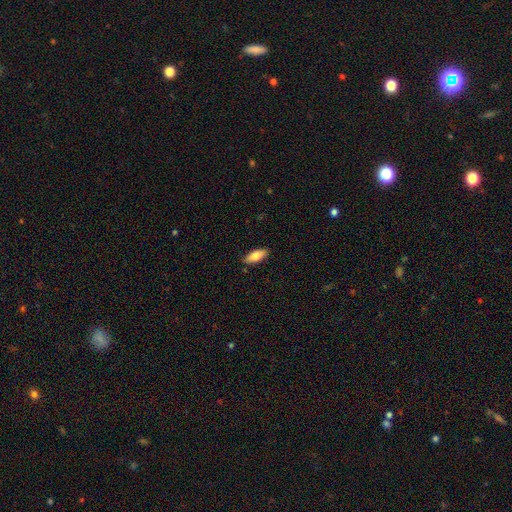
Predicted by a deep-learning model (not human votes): Smooth or featured: smooth — 80% (featured or disk — 14%)
How rounded: in between — 76% (cigar-shaped — 22%)
Merging: none — 87% (minor disturbance — 10%)